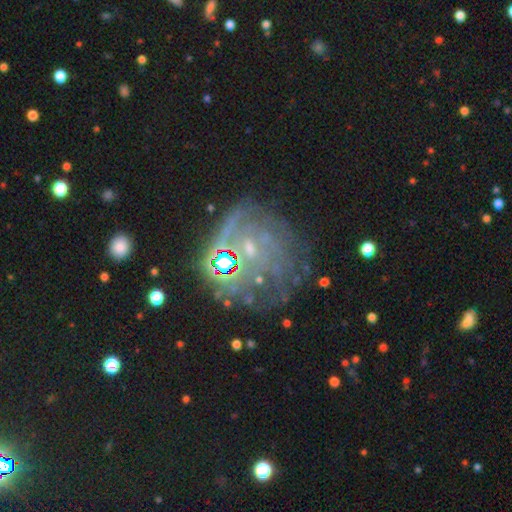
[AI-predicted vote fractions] Smooth or featured? Predicted: featured or disk (p=0.58). Edge-on disk? Predicted: no (p=0.96). Bar? Predicted: no (p=0.65). Spiral arms? Predicted: yes (p=0.77). Bulge size? Predicted: small (p=0.68). Merging? Predicted: none (p=0.62).